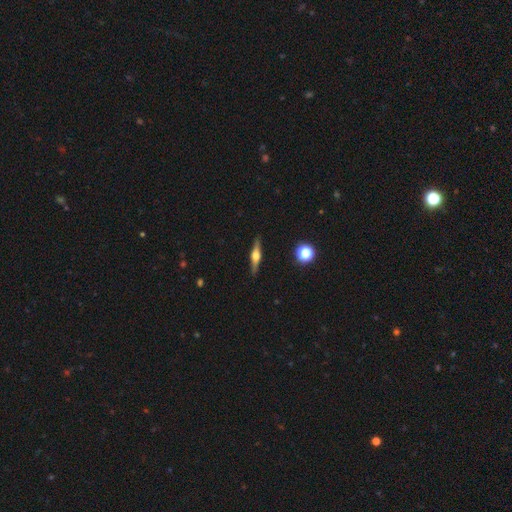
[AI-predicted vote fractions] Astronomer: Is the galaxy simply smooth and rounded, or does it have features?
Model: featured or disk — 66%.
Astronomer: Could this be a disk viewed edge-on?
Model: yes — 96%.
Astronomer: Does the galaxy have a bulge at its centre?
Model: rounded — 93%.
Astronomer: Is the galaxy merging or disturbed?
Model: none — 90%.